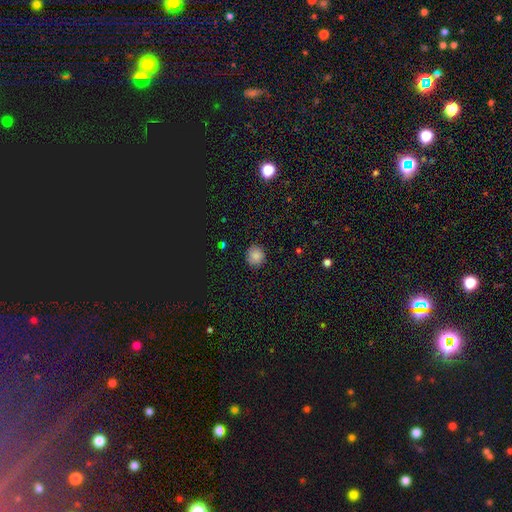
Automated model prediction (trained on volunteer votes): This appears to be a smooth galaxy with no disk features (84%) that is round (92%). Merging: none (89%).